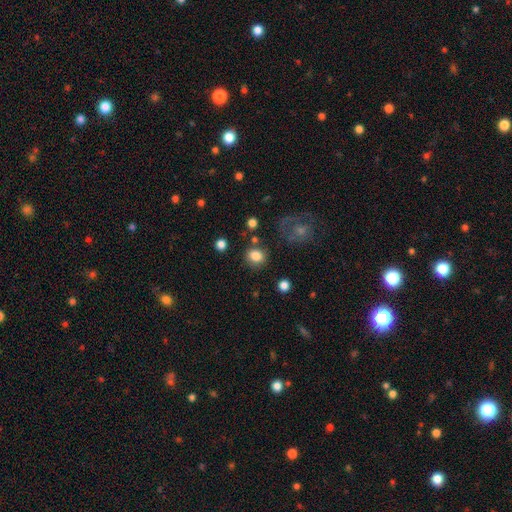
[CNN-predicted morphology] A smooth galaxy with no disk features (83%) that is round (71%). Merging: none (79%).